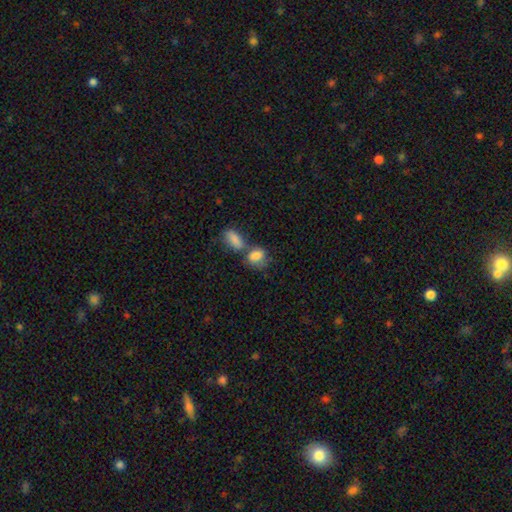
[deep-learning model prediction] This is clearly a smooth galaxy (81%). How rounded: likely in between (76%). Merging: possibly merger (56%).